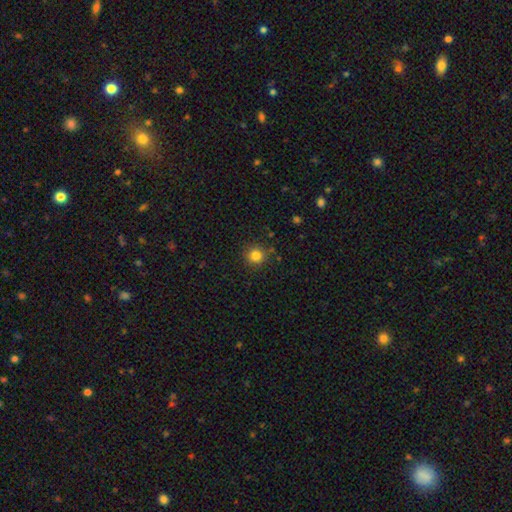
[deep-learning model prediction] This is clearly a smooth galaxy (83%). How rounded: clearly round (93%). Merging: clearly none (87%).